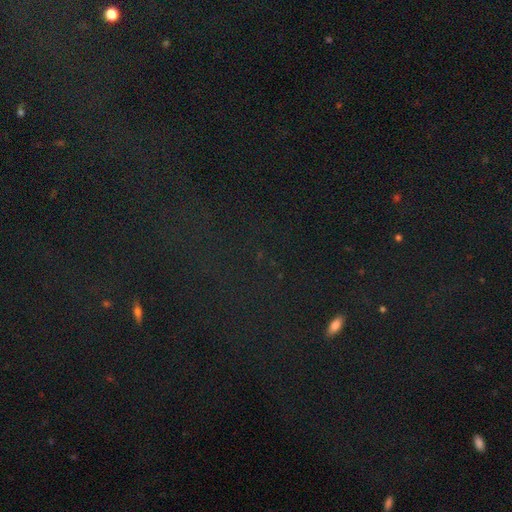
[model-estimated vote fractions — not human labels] A star or artifact, not a galaxy (80%).